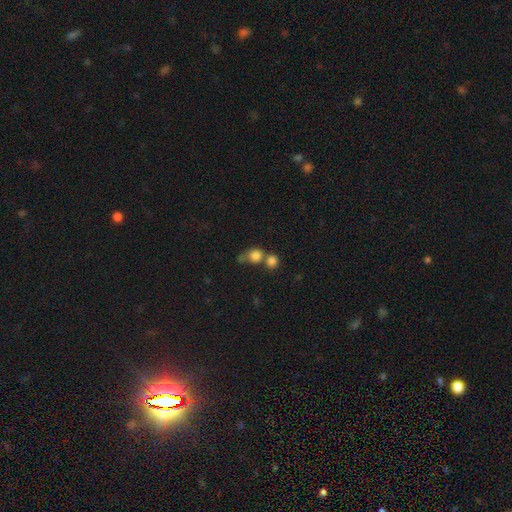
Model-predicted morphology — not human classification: Smooth or featured: smooth — 80% (star or artifact — 11%)
How rounded: round — 76% (in between — 22%)
Merging: merger — 49% (none — 33%)